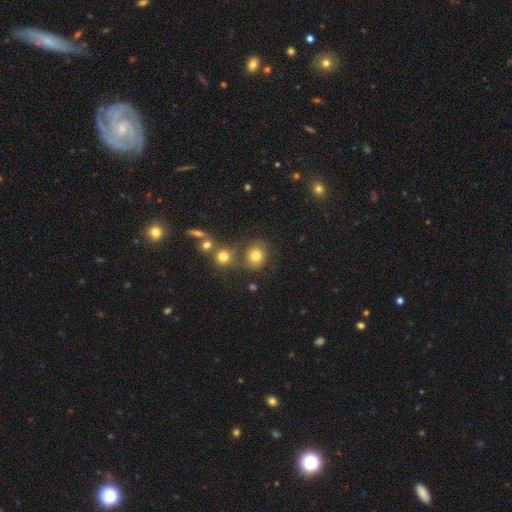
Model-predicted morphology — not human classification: A smooth galaxy with no disk features (75%) that is round (79%).

Vote fractions:
- Smooth or featured? smooth: 75% / star or artifact: 13% / featured or disk: 12%
- How rounded? round: 79% / in between: 20% / cigar-shaped: 1%
- Merging? none: 58% / merger: 21% / minor disturbance: 13% / major disturbance: 7%